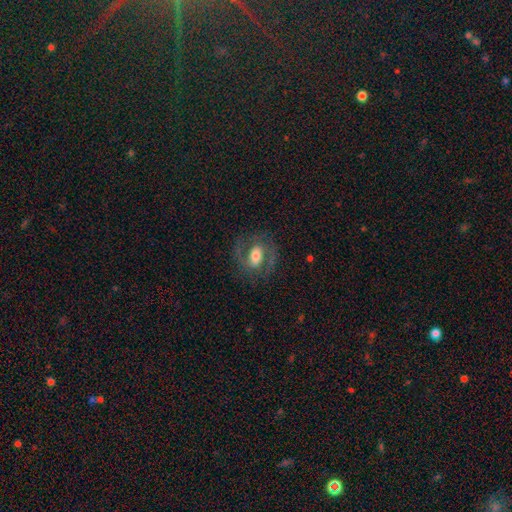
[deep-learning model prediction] Smooth or featured: featured or disk — 70% (smooth — 23%)
Edge-on disk: no — 96% (yes — 4%)
Bar: weak — 42% (strong — 29%)
Spiral arms: yes — 85% (no — 15%)
Spiral winding: medium — 53% (tight — 28%)
Spiral arm count: 2 — 86% (can't tell — 6%)
Bulge size: moderate — 54% (large — 27%)
Merging: none — 74% (minor disturbance — 15%)